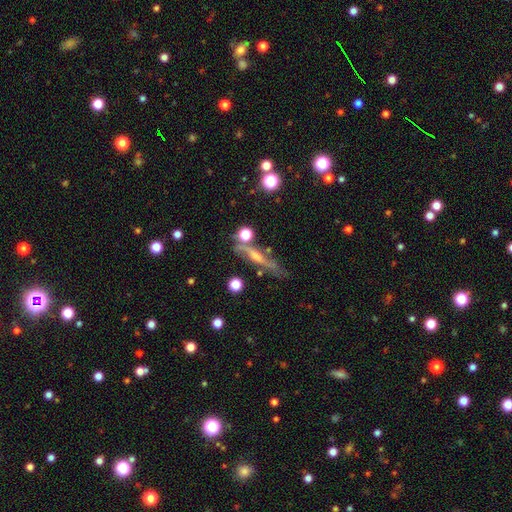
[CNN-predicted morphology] Smooth or featured: featured or disk — 61% (smooth — 27%)
Edge-on disk: yes — 81% (no — 19%)
Merging: none — 64% (minor disturbance — 18%)